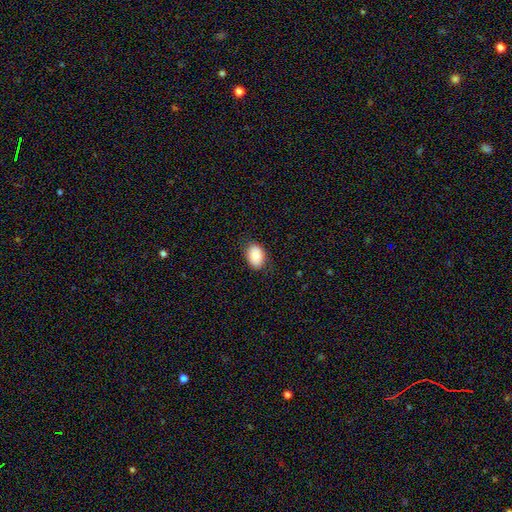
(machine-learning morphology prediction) smooth_or_featured: smooth (p=0.85) [alt: featured or disk p=0.08]
how_rounded: in between (p=0.82) [alt: round p=0.17]
merging: none (p=0.85) [alt: minor disturbance p=0.11]